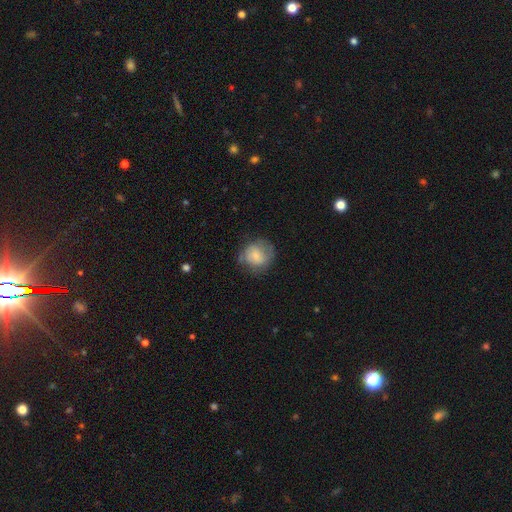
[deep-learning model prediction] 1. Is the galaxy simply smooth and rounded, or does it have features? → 61% smooth, 31% featured or disk, 8% star or artifact.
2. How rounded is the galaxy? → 80% round, 19% in between, 1% cigar-shaped.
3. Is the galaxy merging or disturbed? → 62% none, 24% minor disturbance, 12% major disturbance, 2% merger.